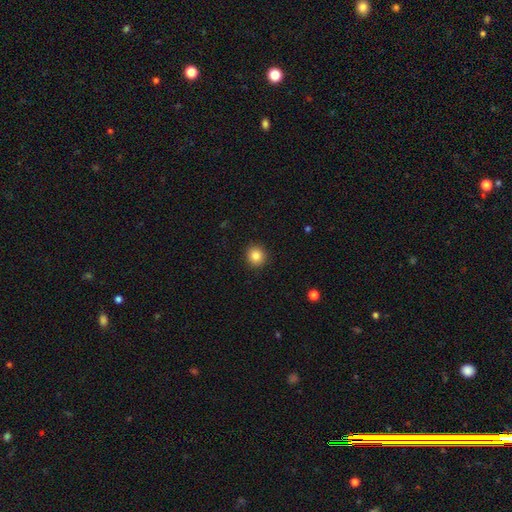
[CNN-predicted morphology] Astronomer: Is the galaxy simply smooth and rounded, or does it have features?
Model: smooth — 85%.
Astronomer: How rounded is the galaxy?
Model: round — 91%.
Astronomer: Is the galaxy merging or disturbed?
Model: none — 92%.